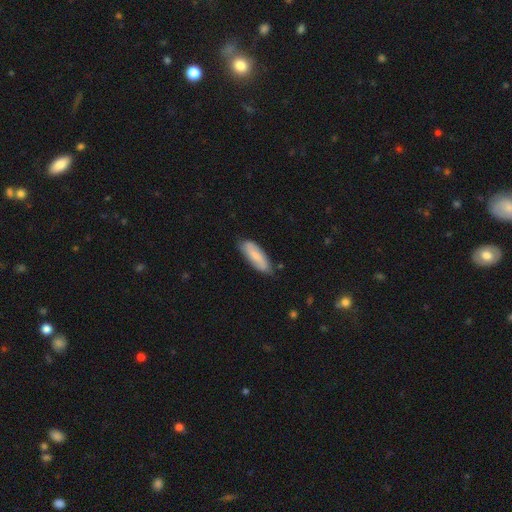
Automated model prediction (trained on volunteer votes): smooth_or_featured: smooth (p=0.69) [alt: featured or disk p=0.25]
how_rounded: in between (p=0.60) [alt: cigar-shaped p=0.38]
merging: none (p=0.76) [alt: minor disturbance p=0.19]